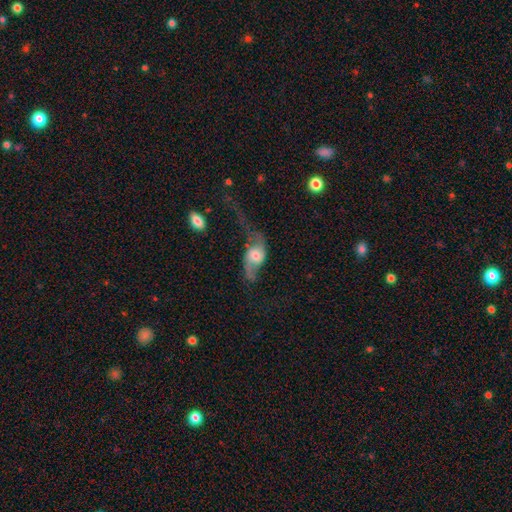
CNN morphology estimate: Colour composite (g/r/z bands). It shows a featured or disk galaxy (68%) with no bar (65%), 2 (85%) loose (84%) spiral arms (85%) and a moderate central bulge (60%). Merging: major disturbance (46%).